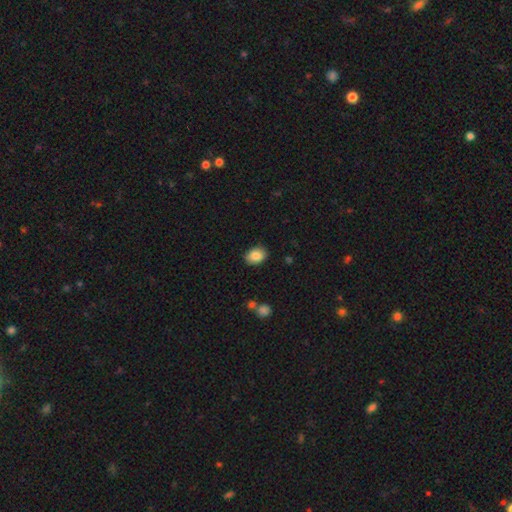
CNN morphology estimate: A smooth galaxy with no disk features (87%) that is in between round and cigar-shaped (76%).

Vote fractions:
- Smooth or featured? smooth: 87% / star or artifact: 8% / featured or disk: 6%
- How rounded? in between: 76% / round: 23% / cigar-shaped: 1%
- Merging? none: 87% / minor disturbance: 10% / major disturbance: 2% / merger: 1%